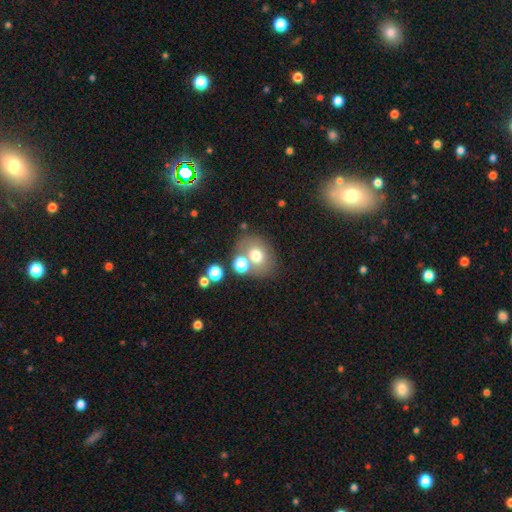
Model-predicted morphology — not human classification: smooth-or-featured: smooth: 68% | featured or disk: 19% | star or artifact: 13%
  how-rounded: round: 51% | in between: 48% | cigar-shaped: 1%
  merging: none: 62% | merger: 20% | minor disturbance: 13% | major disturbance: 6%